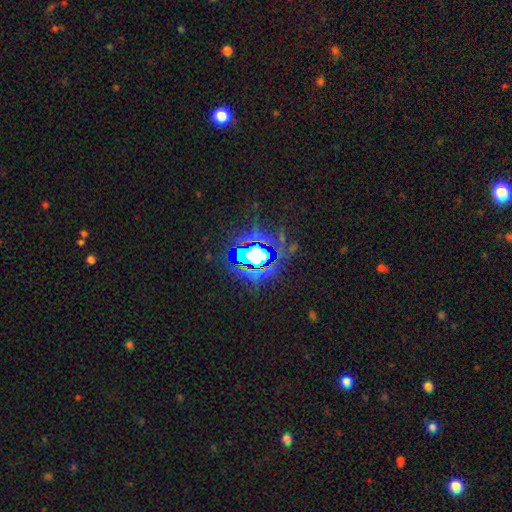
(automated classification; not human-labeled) Q: Smooth or featured?
A: star or artifact (62%); runner-up: featured or disk (21%)